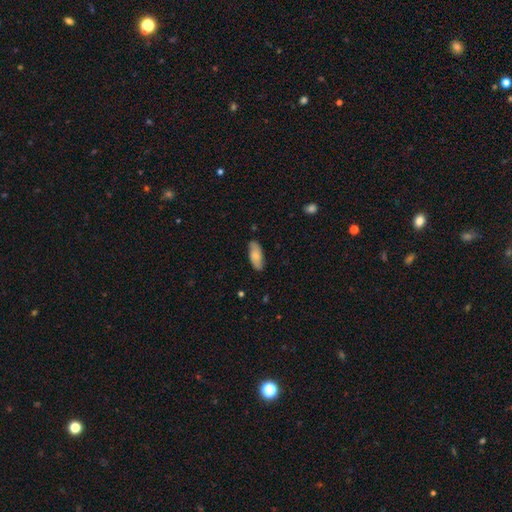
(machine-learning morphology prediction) smooth-or-featured: smooth: 74% | featured or disk: 20% | star or artifact: 6%
  how-rounded: in between: 82% | cigar-shaped: 16% | round: 2%
  merging: none: 81% | minor disturbance: 15% | major disturbance: 2% | merger: 1%